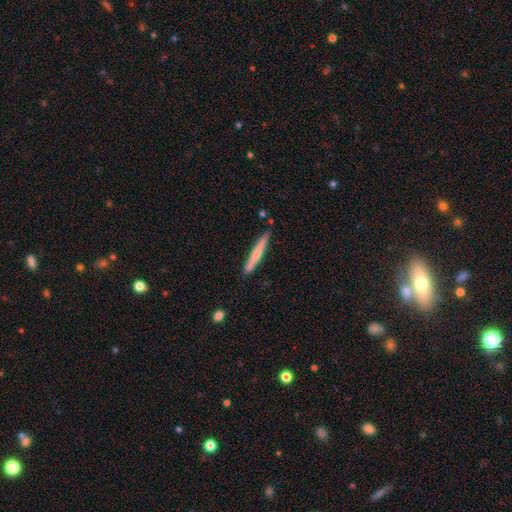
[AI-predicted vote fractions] A smooth galaxy with no disk features (59%) that is cigar-shaped (96%).

Vote fractions:
- Smooth or featured? smooth: 59% / featured or disk: 36% / star or artifact: 5%
- How rounded? cigar-shaped: 96% / in between: 3% / round: 1%
- Merging? none: 80% / minor disturbance: 14% / merger: 4% / major disturbance: 2%